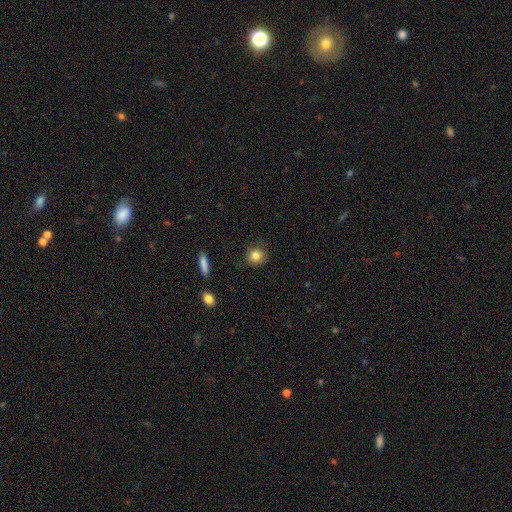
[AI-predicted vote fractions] Smooth or featured? smooth (82%)
How rounded? round (87%)
Merging? none (84%)